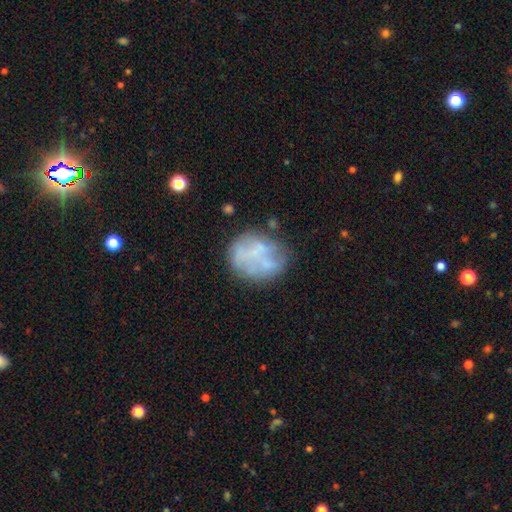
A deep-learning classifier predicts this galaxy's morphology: smooth_or_featured: featured or disk (p=0.50) [alt: smooth p=0.38]
disk_edge_on: no (p=0.98) [alt: yes p=0.02]
merging: none (p=0.57) [alt: minor disturbance p=0.21]